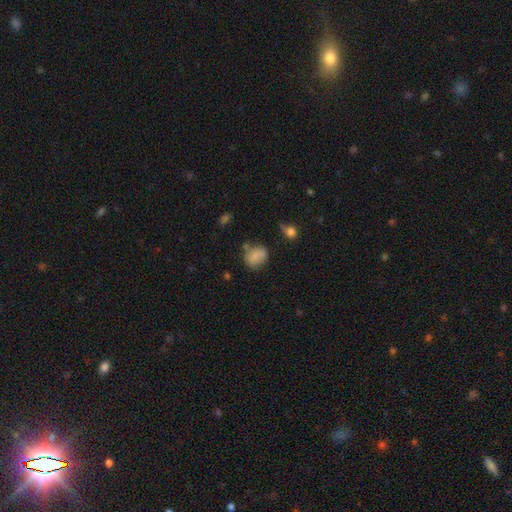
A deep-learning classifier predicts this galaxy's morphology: Smooth or featured? smooth (74%)
How rounded? round (54%)
Merging? none (55%)